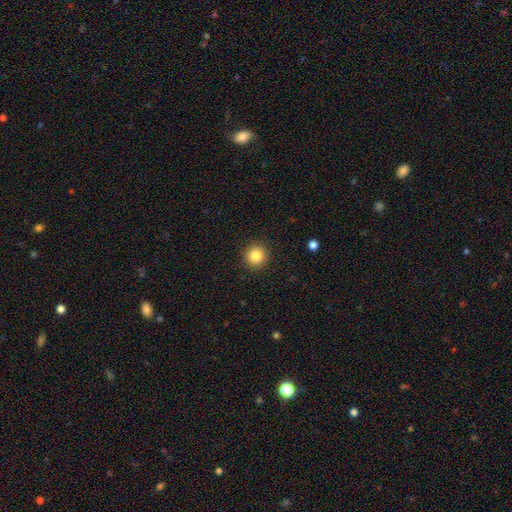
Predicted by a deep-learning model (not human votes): smooth 83%, star or artifact 11%, featured or disk 6%. Down the decision tree: how rounded — round (94%); merging — none (92%).